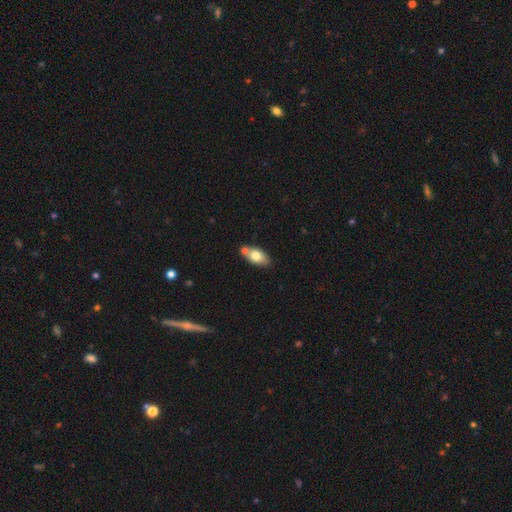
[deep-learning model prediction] This appears to be a smooth galaxy with no disk features (74%) that is in between round and cigar-shaped (88%). Merging: none (55%).